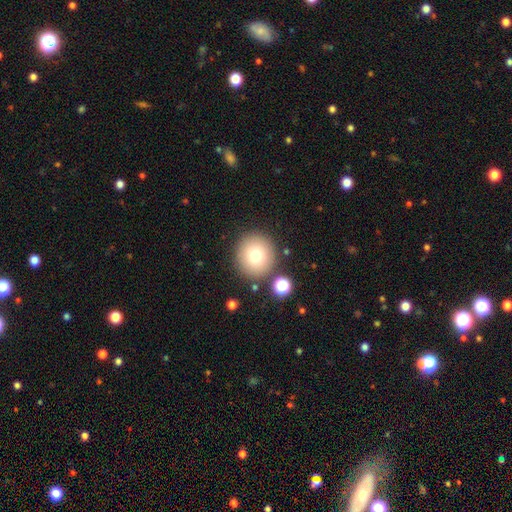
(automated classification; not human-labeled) smooth-or-featured: smooth: 75% | featured or disk: 13% | star or artifact: 12%
  how-rounded: round: 94% | in between: 5% | cigar-shaped: 1%
  merging: none: 85% | minor disturbance: 7% | merger: 5% | major disturbance: 3%